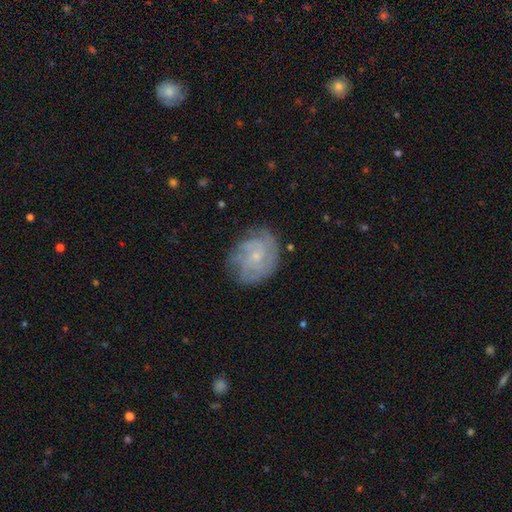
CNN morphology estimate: Q: Smooth or featured?
A: featured or disk (75%); runner-up: smooth (17%)
Q: Edge-on disk?
A: no (98%); runner-up: yes (2%)
Q: Bar?
A: no (74%); runner-up: weak (23%)
Q: Spiral arms?
A: yes (92%); runner-up: no (8%)
Q: Spiral winding?
A: tight (61%); runner-up: medium (30%)
Q: Spiral arm count?
A: can't tell (38%); runner-up: 4 (18%)
Q: Bulge size?
A: small (74%); runner-up: moderate (19%)
Q: Merging?
A: none (74%); runner-up: minor disturbance (18%)